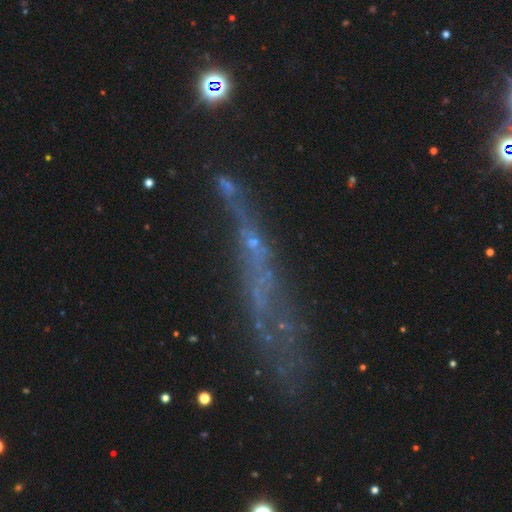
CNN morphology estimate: Smooth or featured?
  - featured or disk: 47% *
  - star or artifact: 28%
  - smooth: 26%
Merging?
  - none: 52% *
  - minor disturbance: 22%
  - major disturbance: 19%
  - merger: 7%